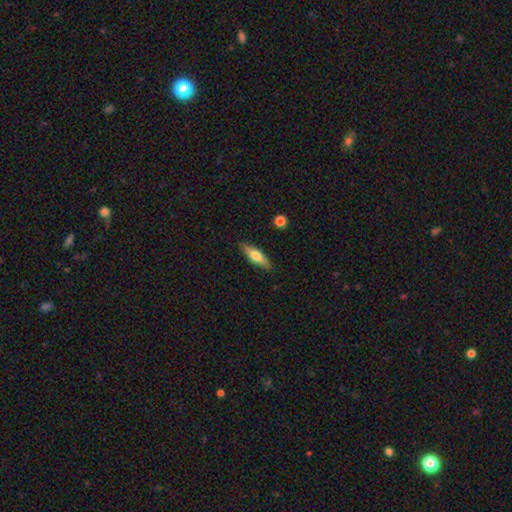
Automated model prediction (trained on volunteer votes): A smooth galaxy with no disk features (60%) that is cigar-shaped (52%).

Vote fractions:
- Smooth or featured? smooth: 60% / featured or disk: 34% / star or artifact: 6%
- How rounded? cigar-shaped: 52% / in between: 45% / round: 3%
- Merging? none: 87% / minor disturbance: 10% / major disturbance: 2% / merger: 1%